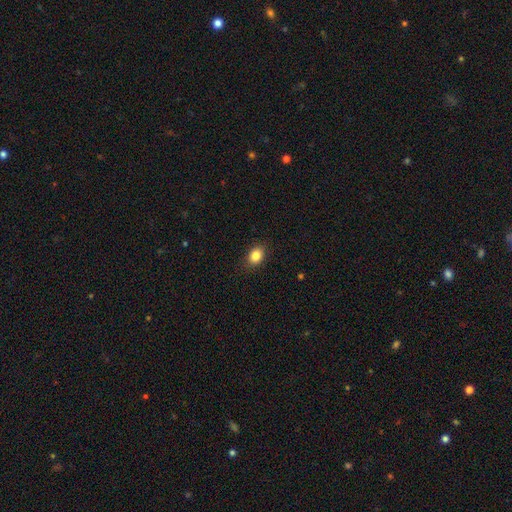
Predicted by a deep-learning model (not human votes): Smooth or featured? smooth (85%)
How rounded? in between (64%)
Merging? none (86%)